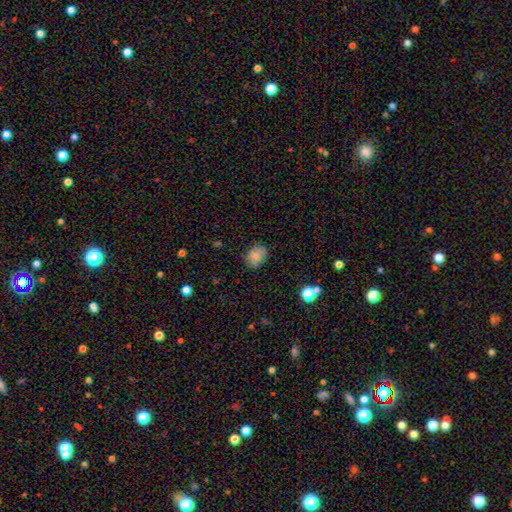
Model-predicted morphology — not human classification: Q: Smooth or featured?
A: smooth (83%); runner-up: star or artifact (9%)
Q: How rounded?
A: in between (60%); runner-up: round (39%)
Q: Merging?
A: none (82%); runner-up: minor disturbance (14%)